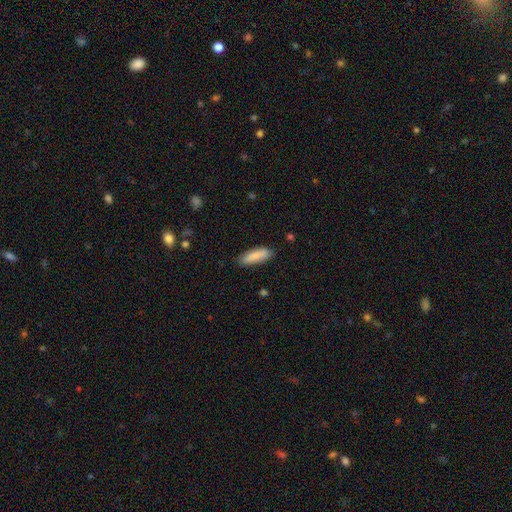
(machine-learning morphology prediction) Smooth or featured: smooth — 85% (featured or disk — 9%)
How rounded: in between — 50% (cigar-shaped — 49%)
Merging: none — 82% (minor disturbance — 14%)